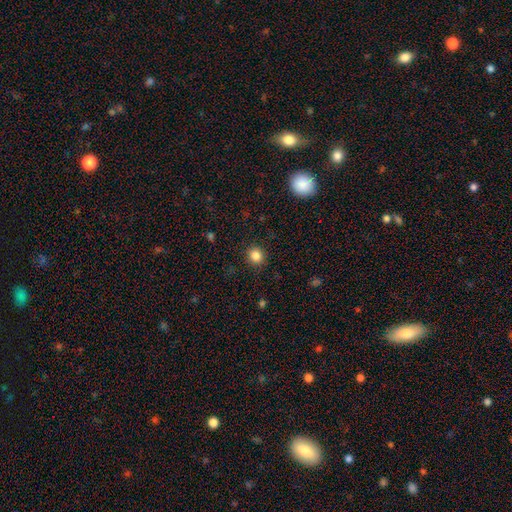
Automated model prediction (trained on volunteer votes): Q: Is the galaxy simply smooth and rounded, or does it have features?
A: smooth — 85%.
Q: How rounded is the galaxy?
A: round — 84%.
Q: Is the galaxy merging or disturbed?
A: none — 90%.